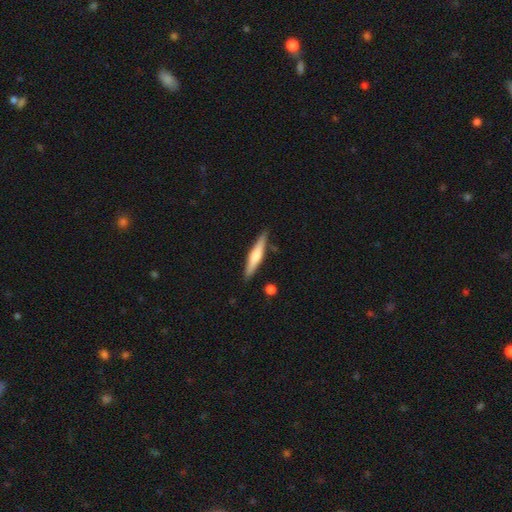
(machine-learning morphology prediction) This appears to be a featured or disk galaxy (49%). Merging: none (87%).